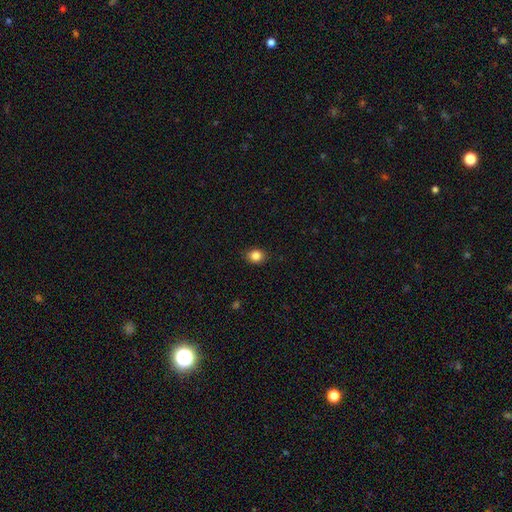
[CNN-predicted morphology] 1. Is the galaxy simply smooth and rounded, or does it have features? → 85% smooth, 10% star or artifact, 4% featured or disk.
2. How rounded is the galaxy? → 65% round, 34% in between, 1% cigar-shaped.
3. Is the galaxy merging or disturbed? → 89% none, 8% minor disturbance, 2% major disturbance, 1% merger.